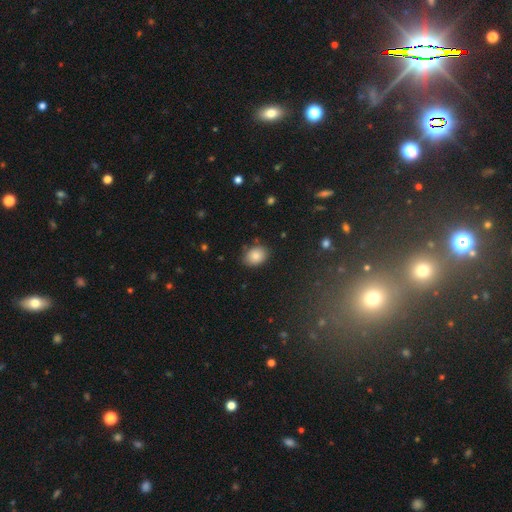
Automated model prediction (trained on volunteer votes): smooth 83%, star or artifact 9%, featured or disk 8%. Down the decision tree: how rounded — in between (67%); merging — none (84%).